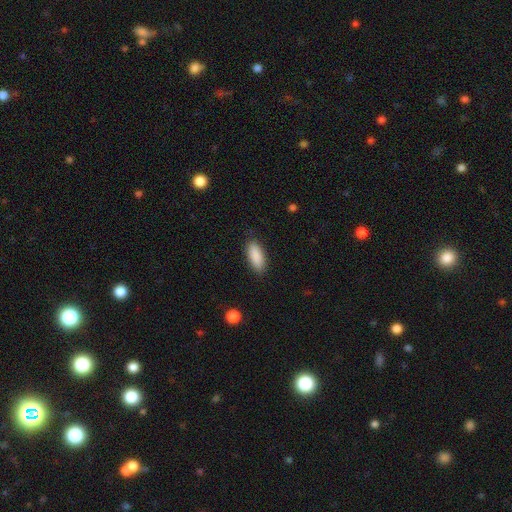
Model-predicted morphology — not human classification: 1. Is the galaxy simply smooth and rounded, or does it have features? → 90% smooth, 6% star or artifact, 4% featured or disk.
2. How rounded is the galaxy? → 78% in between, 20% cigar-shaped, 2% round.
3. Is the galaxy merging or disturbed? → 87% none, 9% minor disturbance, 2% major disturbance, 1% merger.